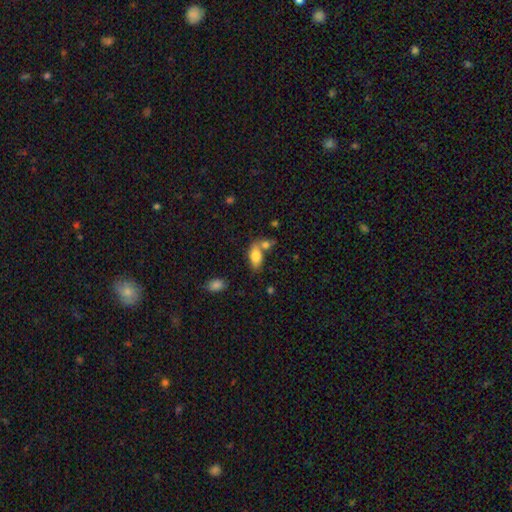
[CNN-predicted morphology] A smooth galaxy with no disk features (81%) that is in between round and cigar-shaped (89%).

Vote fractions:
- Smooth or featured? smooth: 81% / featured or disk: 11% / star or artifact: 8%
- How rounded? in between: 89% / cigar-shaped: 6% / round: 5%
- Merging? none: 45% / merger: 34% / minor disturbance: 15% / major disturbance: 6%